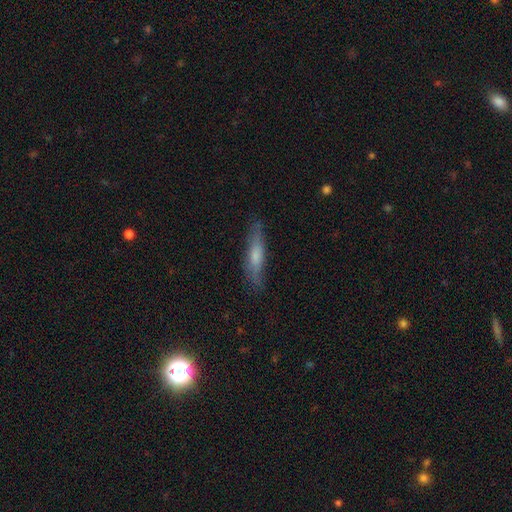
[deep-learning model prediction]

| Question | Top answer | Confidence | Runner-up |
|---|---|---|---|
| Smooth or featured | smooth | 53% | featured or disk (39%) |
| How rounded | cigar-shaped | 84% | in between (14%) |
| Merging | none | 79% | minor disturbance (16%) |